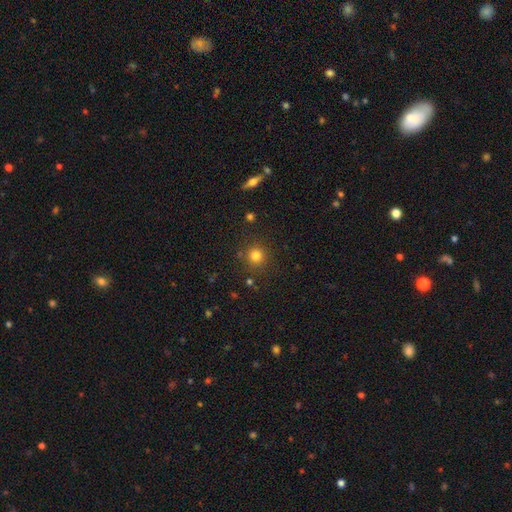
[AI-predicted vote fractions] Smooth or featured? smooth (80%)
How rounded? round (93%)
Merging? none (86%)